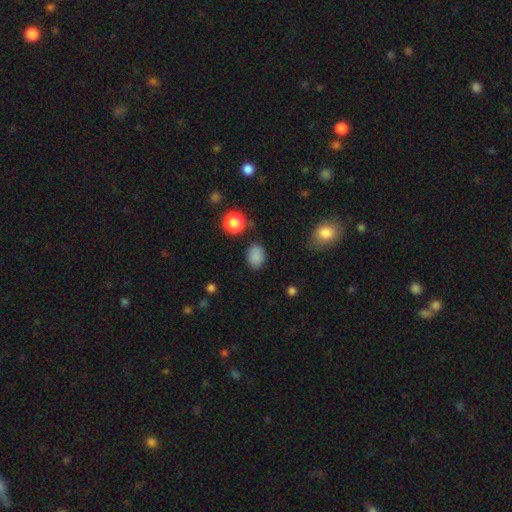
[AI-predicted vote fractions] Overall: smooth (85%). How rounded: in between (69%; round 30%). Merging: none (82%).